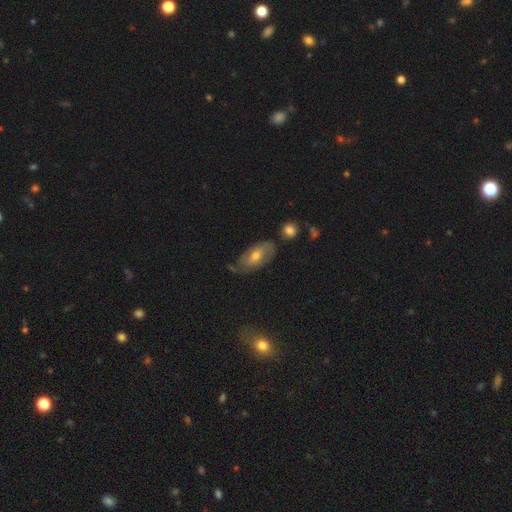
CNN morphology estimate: featured or disk 50%, smooth 43%, star or artifact 7%. Down the decision tree: merging — none (60%).